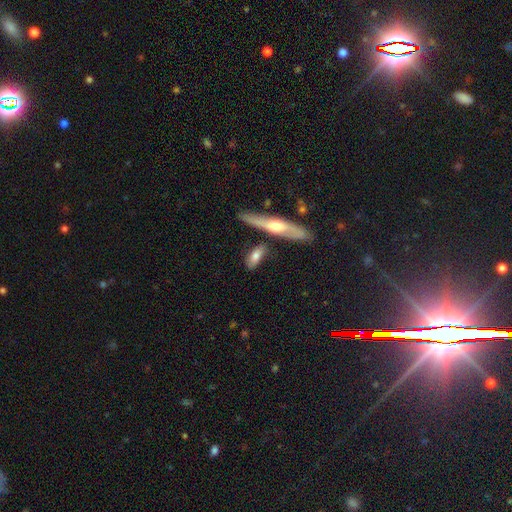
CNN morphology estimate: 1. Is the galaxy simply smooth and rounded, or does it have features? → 65% smooth, 29% featured or disk, 6% star or artifact.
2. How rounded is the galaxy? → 59% in between, 37% cigar-shaped, 4% round.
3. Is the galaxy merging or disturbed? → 69% none, 15% minor disturbance, 11% merger, 5% major disturbance.